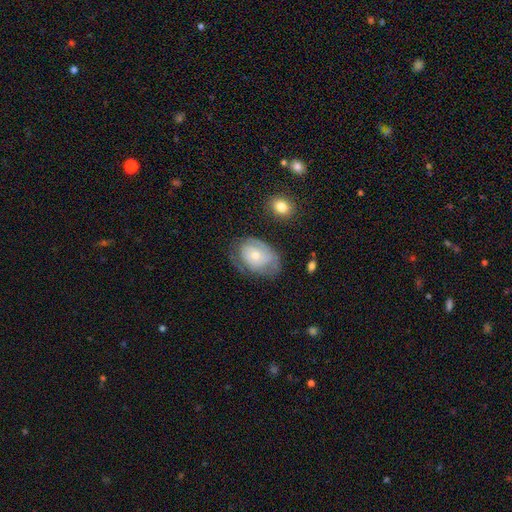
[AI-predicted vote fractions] smooth_or_featured: featured or disk (p=0.54) [alt: smooth p=0.39]
disk_edge_on: no (p=0.95) [alt: yes p=0.05]
bar: no (p=0.82) [alt: weak p=0.15]
has_spiral_arms: yes (p=0.65) [alt: no p=0.35]
bulge_size: small (p=0.51) [alt: moderate p=0.43]
merging: none (p=0.51) [alt: minor disturbance p=0.29]